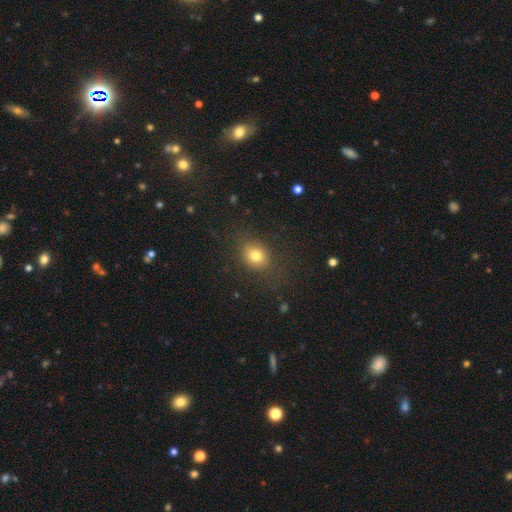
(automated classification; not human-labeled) The model was most divided on "how rounded": round: 56%, in between: 43%, cigar-shaped: 1%. More confident: smooth or featured — smooth (78%); merging — none (78%).